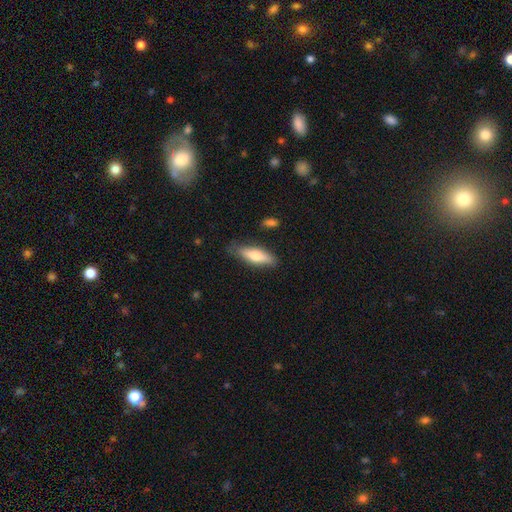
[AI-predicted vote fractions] Smooth or featured: smooth — 67% (featured or disk — 27%)
How rounded: cigar-shaped — 52% (in between — 46%)
Merging: none — 78% (minor disturbance — 16%)